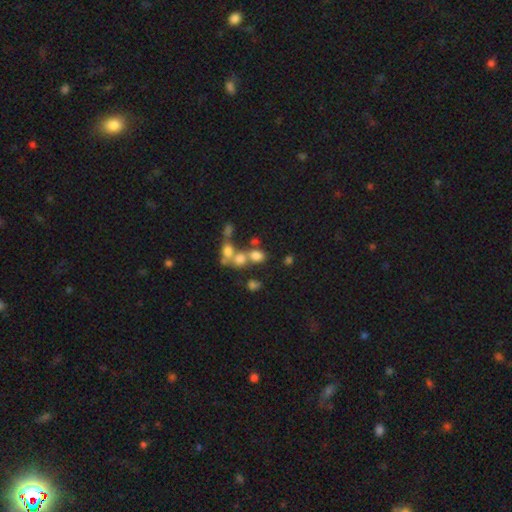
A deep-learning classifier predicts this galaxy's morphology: Smooth or featured?
  - smooth: 67% *
  - featured or disk: 17%
  - star or artifact: 16%
How rounded?
  - round: 50% *
  - in between: 48%
  - cigar-shaped: 2%
Merging?
  - merger: 47% *
  - none: 36%
  - minor disturbance: 9%
  - major disturbance: 7%